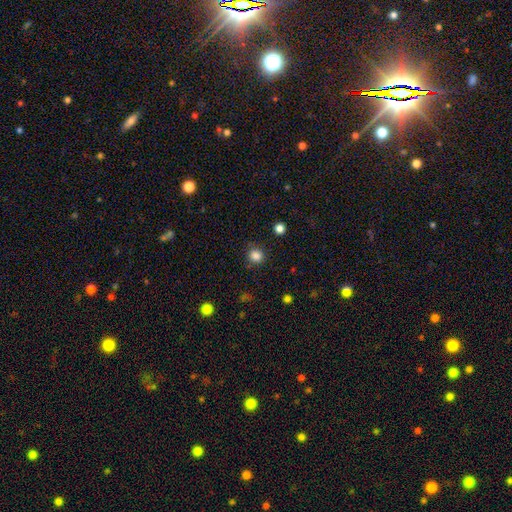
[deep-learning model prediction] smooth 85%, star or artifact 12%, featured or disk 4%. Down the decision tree: how rounded — round (90%); merging — none (88%).